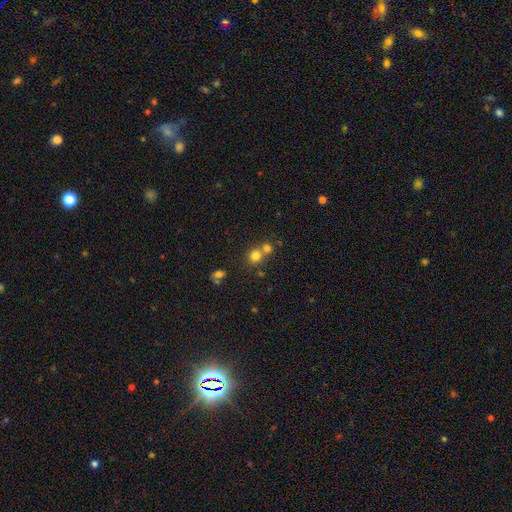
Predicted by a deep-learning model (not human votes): The model was most divided on "merging": none: 47%, merger: 45%, minor disturbance: 6%, major disturbance: 3%. More confident: how rounded — round (85%); smooth or featured — smooth (75%).